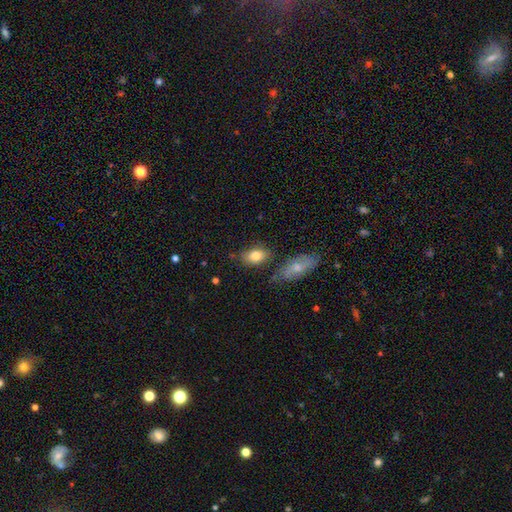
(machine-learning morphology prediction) Q: Smooth or featured?
A: smooth (82%); runner-up: featured or disk (11%)
Q: How rounded?
A: in between (86%); runner-up: round (12%)
Q: Merging?
A: none (72%); runner-up: minor disturbance (15%)